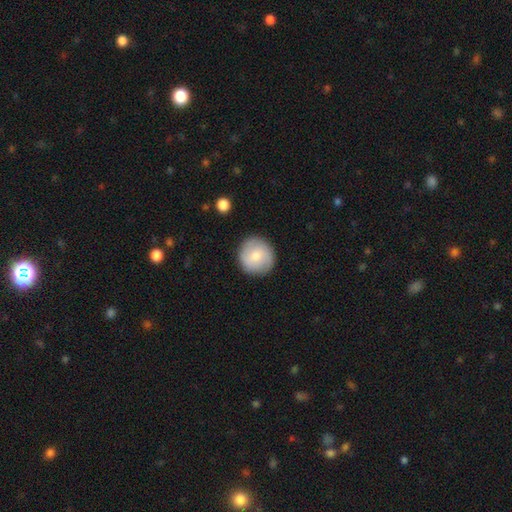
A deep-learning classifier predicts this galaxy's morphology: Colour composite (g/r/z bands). It shows a smooth galaxy with no disk features (68%) that is round (92%). Merging: none (89%).